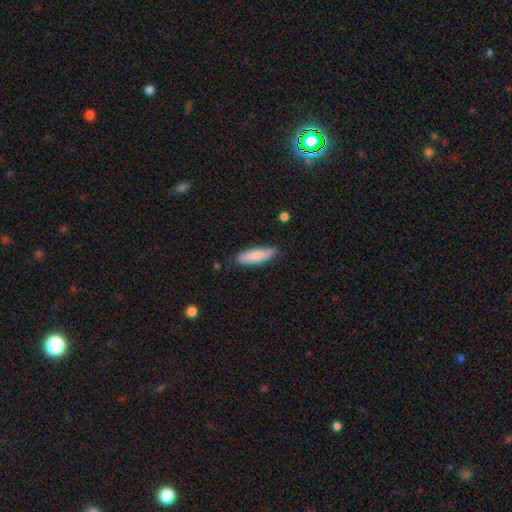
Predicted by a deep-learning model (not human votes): smooth_or_featured: smooth (p=0.83) [alt: featured or disk p=0.11]
how_rounded: cigar-shaped (p=0.51) [alt: in between p=0.48]
merging: none (p=0.76) [alt: minor disturbance p=0.20]